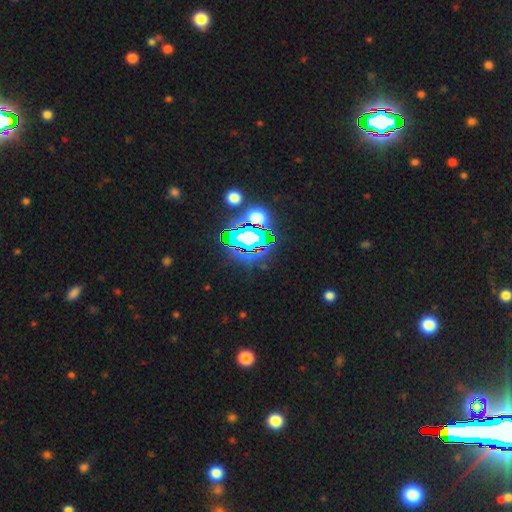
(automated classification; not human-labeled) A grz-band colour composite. It shows a star or artifact, not a galaxy (82%).